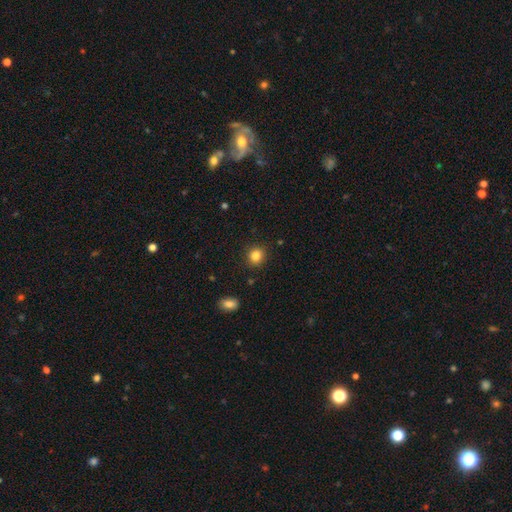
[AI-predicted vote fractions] This appears to be a smooth galaxy with no disk features (84%) that is round (84%). Merging: none (89%).